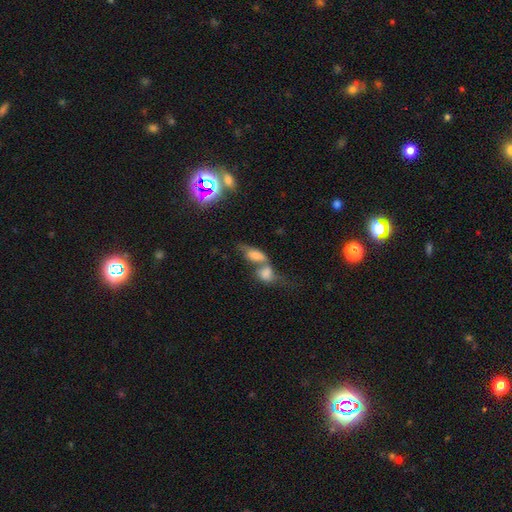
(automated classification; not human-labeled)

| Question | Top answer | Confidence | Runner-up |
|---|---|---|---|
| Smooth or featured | smooth | 63% | featured or disk (22%) |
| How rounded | in between | 79% | round (11%) |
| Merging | merger | 71% | none (14%) |